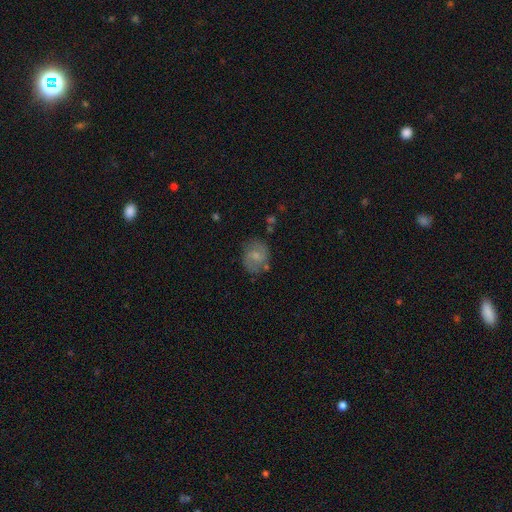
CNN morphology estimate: smooth_or_featured: featured or disk (p=0.55) [alt: smooth p=0.36]
disk_edge_on: no (p=0.97) [alt: yes p=0.03]
bar: weak (p=0.46) [tied with: no p=0.46]
has_spiral_arms: yes (p=0.84) [alt: no p=0.16]
bulge_size: moderate (p=0.40) [alt: small p=0.39]
merging: none (p=0.71) [alt: minor disturbance p=0.18]